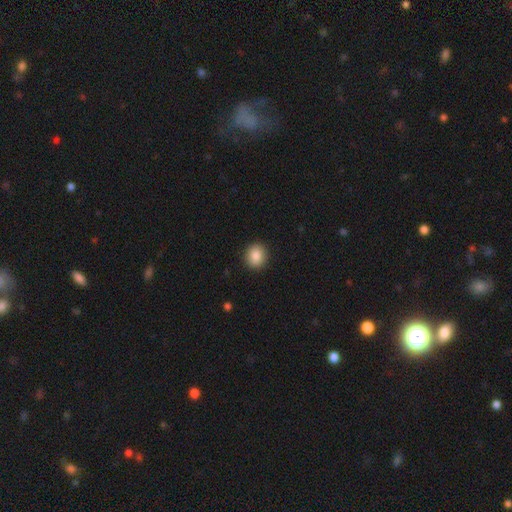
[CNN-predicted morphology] Smooth or featured?
  - smooth: 87% *
  - star or artifact: 9%
  - featured or disk: 5%
How rounded?
  - round: 82% *
  - in between: 17%
  - cigar-shaped: 1%
Merging?
  - none: 91% *
  - minor disturbance: 6%
  - major disturbance: 2%
  - merger: 1%